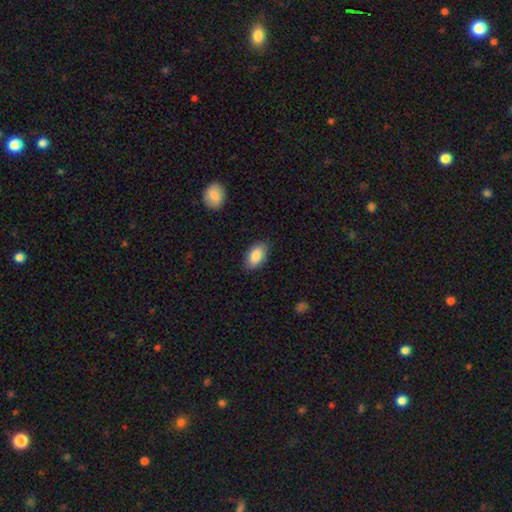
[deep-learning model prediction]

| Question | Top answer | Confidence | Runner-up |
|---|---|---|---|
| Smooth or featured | smooth | 87% | featured or disk (7%) |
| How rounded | in between | 93% | round (5%) |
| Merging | none | 84% | minor disturbance (12%) |